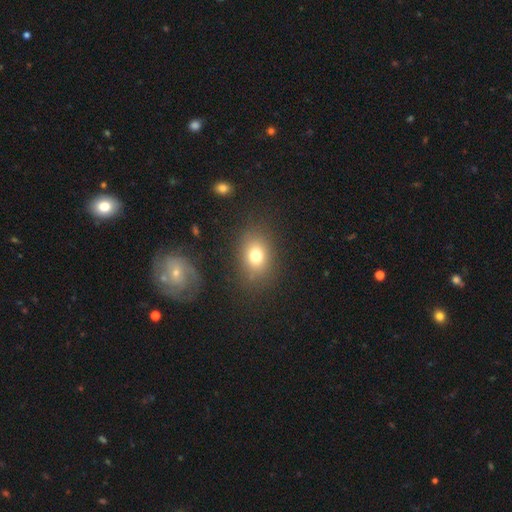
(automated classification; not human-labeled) This is likely a smooth galaxy (75%). How rounded: possibly in between (59%). Merging: clearly none (81%).